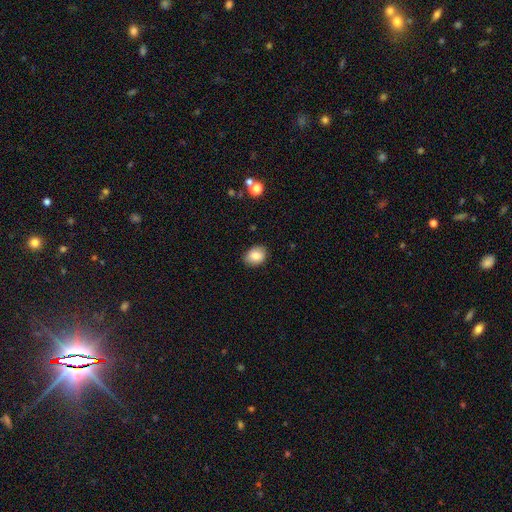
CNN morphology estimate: A smooth galaxy with no disk features (83%) that is in between round and cigar-shaped (59%).

Vote fractions:
- Smooth or featured? smooth: 83% / star or artifact: 9% / featured or disk: 8%
- How rounded? in between: 59% / round: 40% / cigar-shaped: 1%
- Merging? none: 85% / minor disturbance: 12% / major disturbance: 2% / merger: 1%